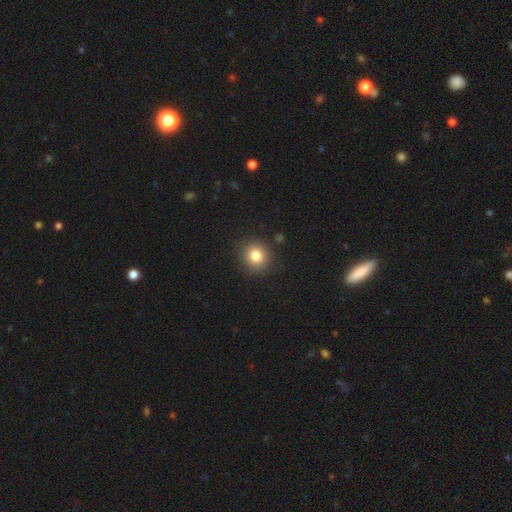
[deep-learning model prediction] Smooth or featured: smooth — 81% (star or artifact — 12%)
How rounded: round — 89% (in between — 10%)
Merging: none — 89% (minor disturbance — 7%)